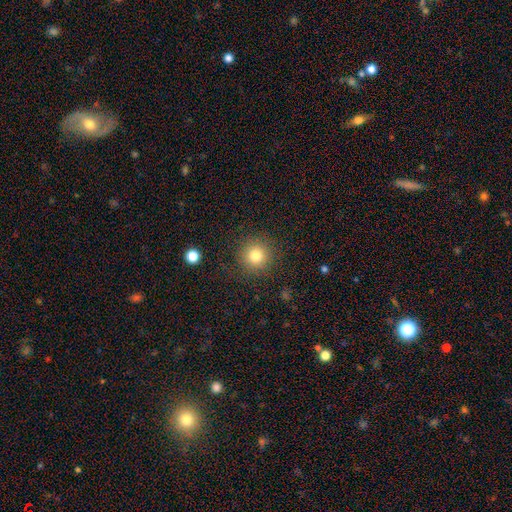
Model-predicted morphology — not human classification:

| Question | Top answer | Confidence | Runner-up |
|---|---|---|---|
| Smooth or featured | smooth | 80% | star or artifact (12%) |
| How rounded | round | 95% | in between (4%) |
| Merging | none | 89% | minor disturbance (7%) |